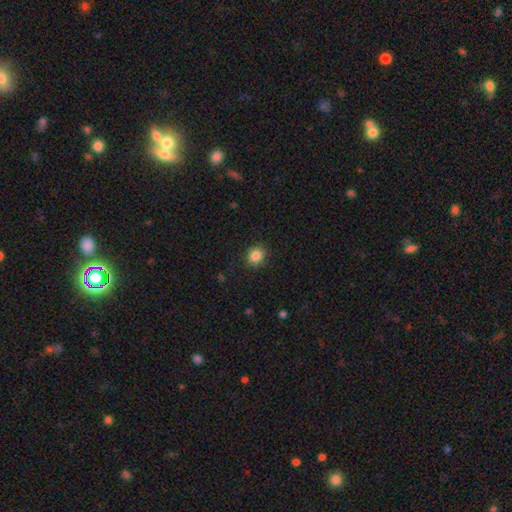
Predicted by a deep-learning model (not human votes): Smooth or featured? smooth (86%)
How rounded? round (77%)
Merging? none (88%)